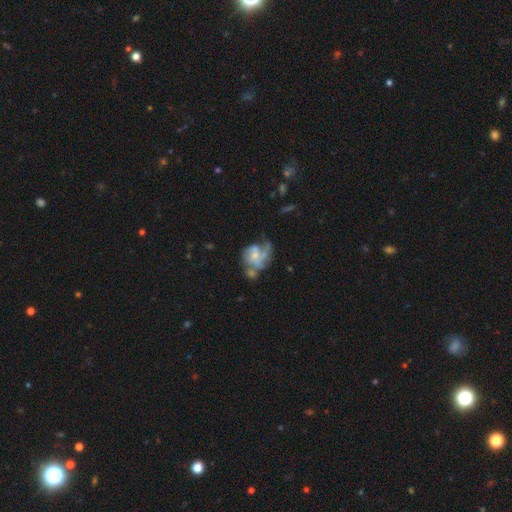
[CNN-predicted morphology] Smooth or featured: featured or disk — 66% (smooth — 26%)
Edge-on disk: no — 98% (yes — 2%)
Bar: no — 71% (weak — 24%)
Spiral arms: yes — 72% (no — 28%)
Bulge size: small — 47% (moderate — 36%)
Merging: major disturbance — 32% (none — 27%)